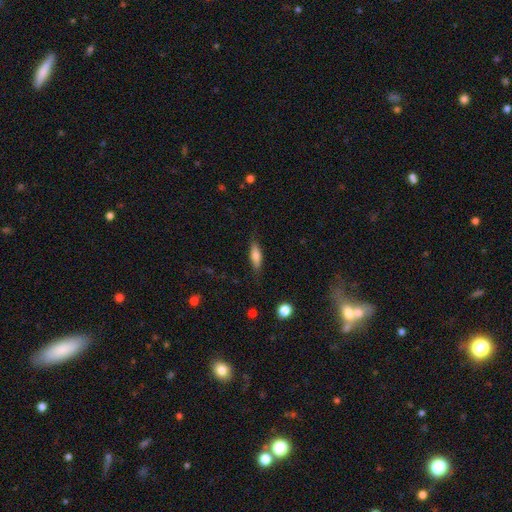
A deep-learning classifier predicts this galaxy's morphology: smooth 65%, featured or disk 28%, star or artifact 7%. Down the decision tree: how rounded — cigar-shaped (57%); merging — none (81%).